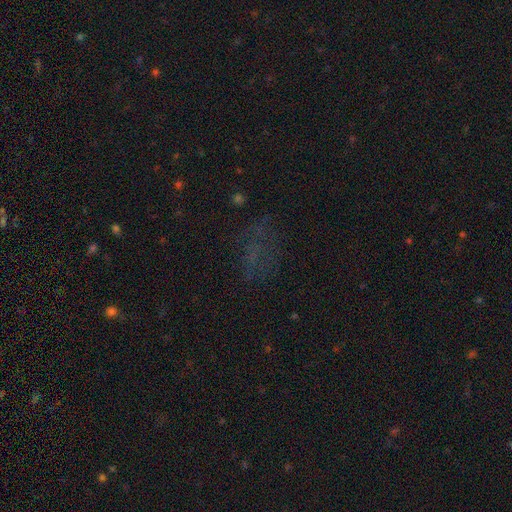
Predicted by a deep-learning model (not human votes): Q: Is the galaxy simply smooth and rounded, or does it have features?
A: star or artifact — 42%.